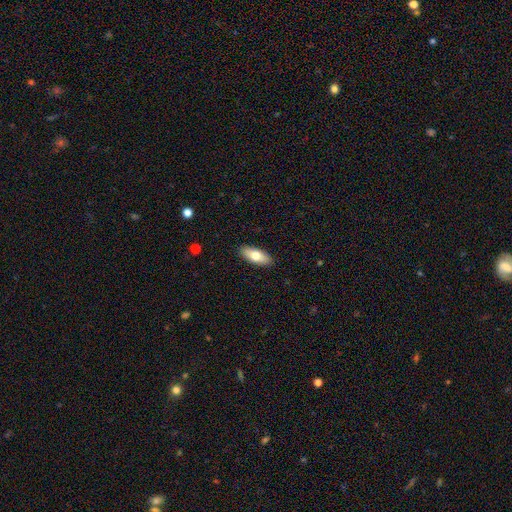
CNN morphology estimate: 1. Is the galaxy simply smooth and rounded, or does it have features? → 74% smooth, 20% featured or disk, 6% star or artifact.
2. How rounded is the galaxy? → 79% in between, 19% cigar-shaped, 2% round.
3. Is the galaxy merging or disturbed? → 90% none, 8% minor disturbance, 2% major disturbance, 1% merger.